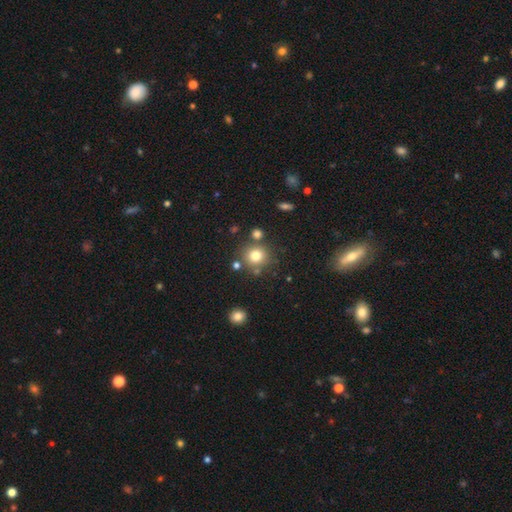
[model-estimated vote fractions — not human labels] A smooth galaxy with no disk features (77%) that is round (89%).

Vote fractions:
- Smooth or featured? smooth: 77% / star or artifact: 14% / featured or disk: 9%
- How rounded? round: 89% / in between: 10% / cigar-shaped: 1%
- Merging? none: 76% / merger: 10% / minor disturbance: 10% / major disturbance: 4%